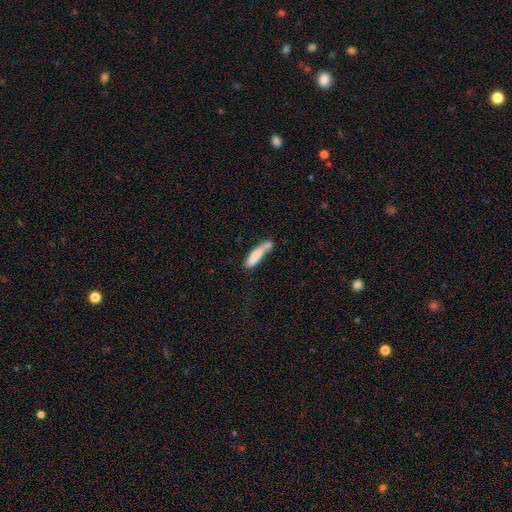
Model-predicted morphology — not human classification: A smooth galaxy with no disk features (73%) that is cigar-shaped (78%).

Vote fractions:
- Smooth or featured? smooth: 73% / featured or disk: 20% / star or artifact: 7%
- How rounded? cigar-shaped: 78% / in between: 21% / round: 2%
- Merging? merger: 35% / none: 34% / minor disturbance: 20% / major disturbance: 10%